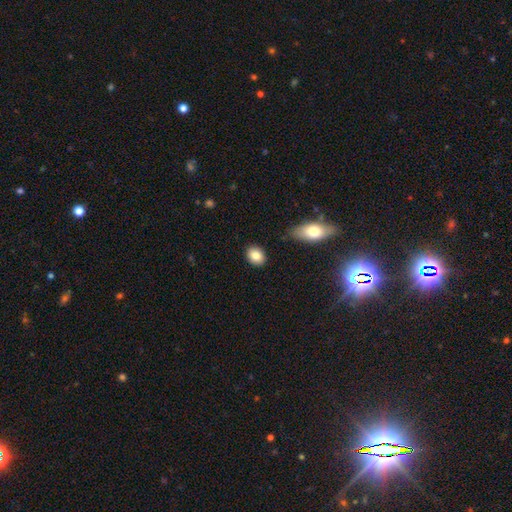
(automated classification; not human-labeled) Morphology: type=smooth (84%); roundness=in between (58%); merging=none (87%).